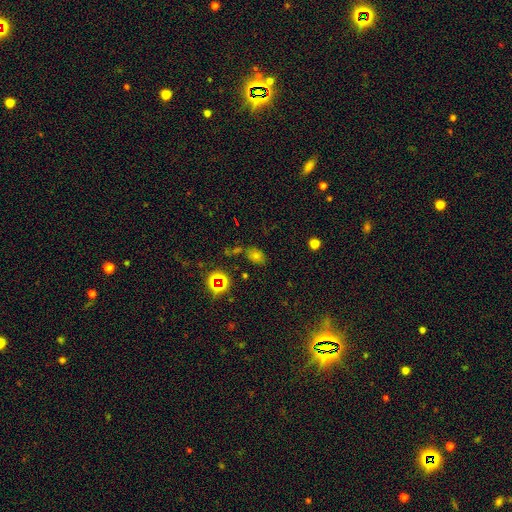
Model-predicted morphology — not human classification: A smooth galaxy with no disk features (60%) that is in between round and cigar-shaped (76%). Merging: none (70%).